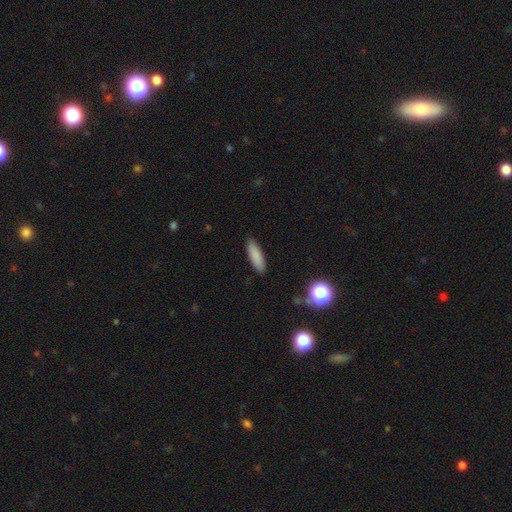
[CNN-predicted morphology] smooth_or_featured: smooth (p=0.86) [alt: star or artifact p=0.07]
how_rounded: cigar-shaped (p=0.58) [alt: in between p=0.40]
merging: none (p=0.89) [alt: minor disturbance p=0.09]